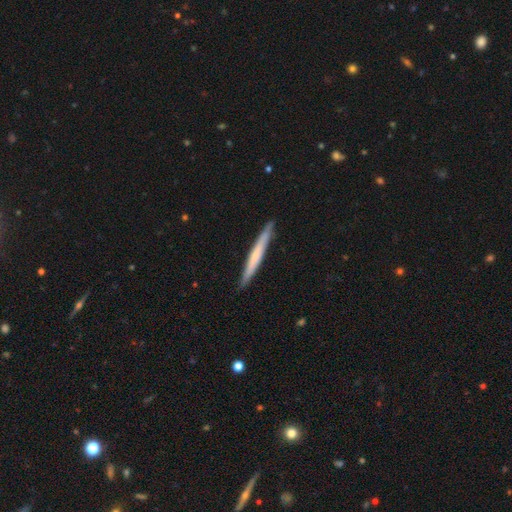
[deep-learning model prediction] A smooth galaxy with no disk features (50%).

Vote fractions:
- Smooth or featured? smooth: 50% / featured or disk: 45% / star or artifact: 5%
- Merging? none: 90% / minor disturbance: 8% / major disturbance: 1% / merger: 1%